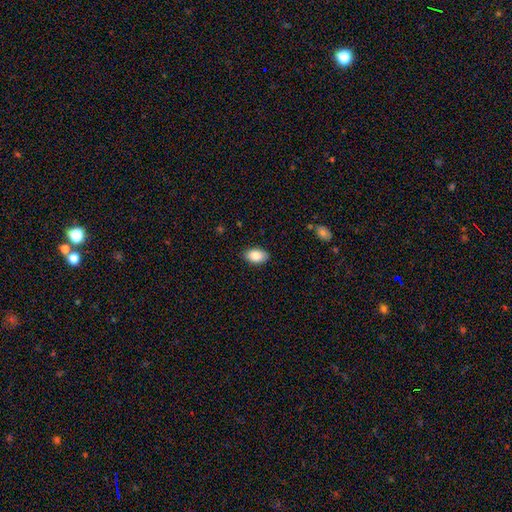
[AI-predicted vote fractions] Q: Smooth or featured?
A: smooth (86%); runner-up: star or artifact (7%)
Q: How rounded?
A: in between (93%); runner-up: round (6%)
Q: Merging?
A: none (87%); runner-up: minor disturbance (10%)